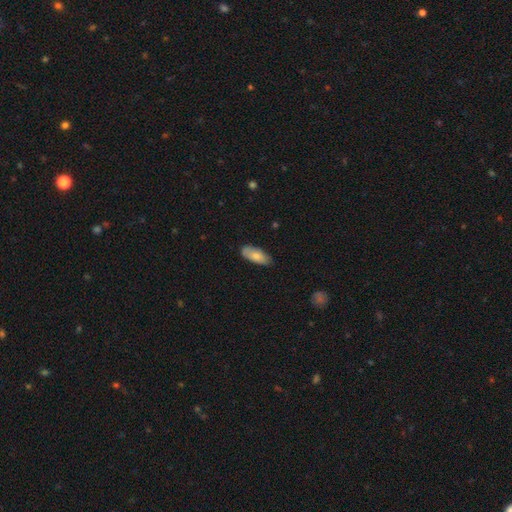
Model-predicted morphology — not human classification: smooth_or_featured: smooth (p=0.76) [alt: featured or disk p=0.18]
how_rounded: in between (p=0.83) [alt: cigar-shaped p=0.15]
merging: none (p=0.78) [alt: minor disturbance p=0.18]